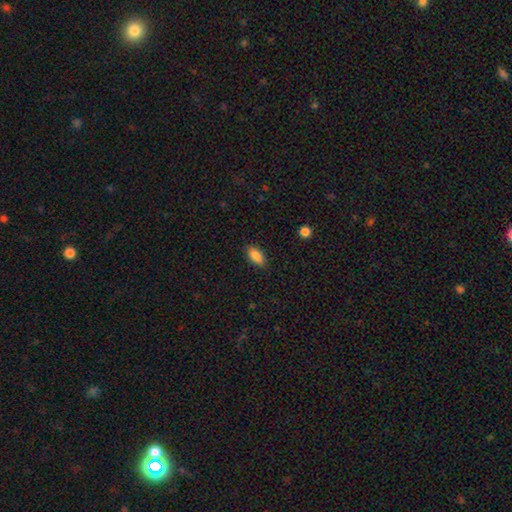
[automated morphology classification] smooth-or-featured: smooth: 85% | star or artifact: 8% | featured or disk: 7%
  how-rounded: in between: 87% | cigar-shaped: 10% | round: 3%
  merging: none: 86% | minor disturbance: 11% | major disturbance: 2% | merger: 1%